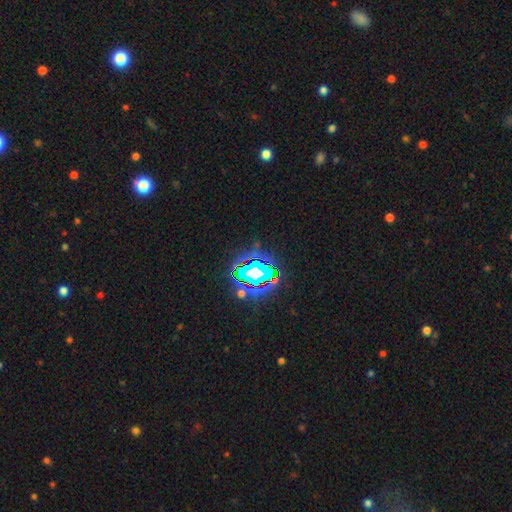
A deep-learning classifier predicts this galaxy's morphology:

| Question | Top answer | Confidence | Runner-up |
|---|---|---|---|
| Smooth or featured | star or artifact | 80% | smooth (12%) |